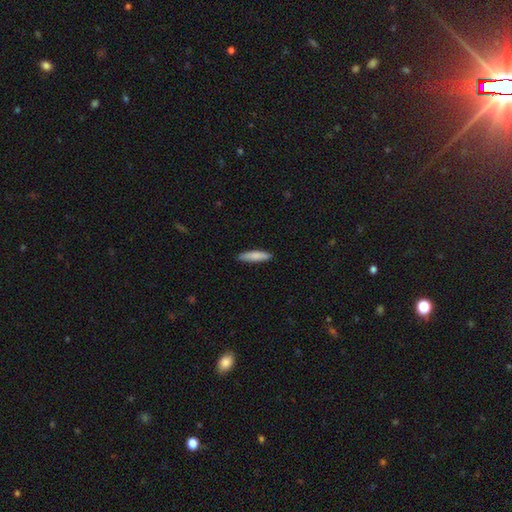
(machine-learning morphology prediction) Overall: smooth (85%). How rounded: cigar-shaped (81%). Merging: none (89%).